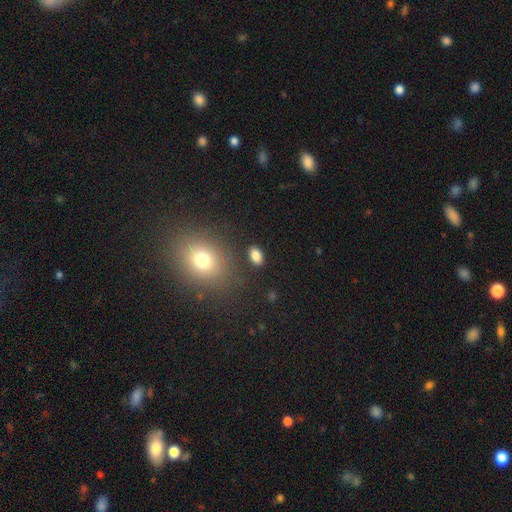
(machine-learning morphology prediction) smooth-or-featured: smooth: 84% | star or artifact: 10% | featured or disk: 6%
  how-rounded: in between: 86% | round: 12% | cigar-shaped: 2%
  merging: none: 85% | minor disturbance: 9% | merger: 3% | major disturbance: 3%